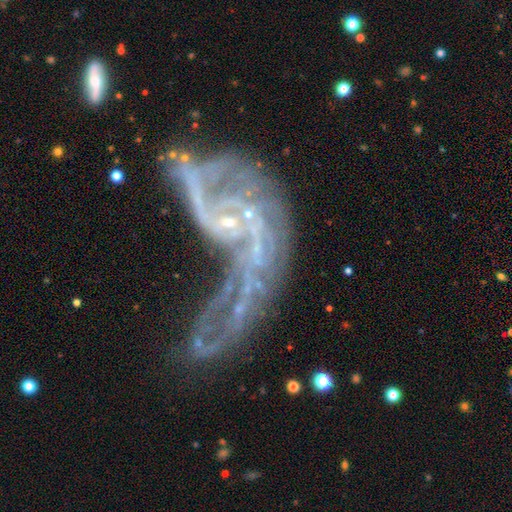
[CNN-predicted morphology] This is clearly a featured or disk galaxy (84%). It is clearly not viewed edge-on (96%). Bar: possibly no (59%). Spiral arm pattern: likely yes (79%). Spiral arm count: possibly 2 (54%). Spiral winding: likely loose (64%). Central bulge: likely small (69%). Merging: marginally major disturbance (38%).